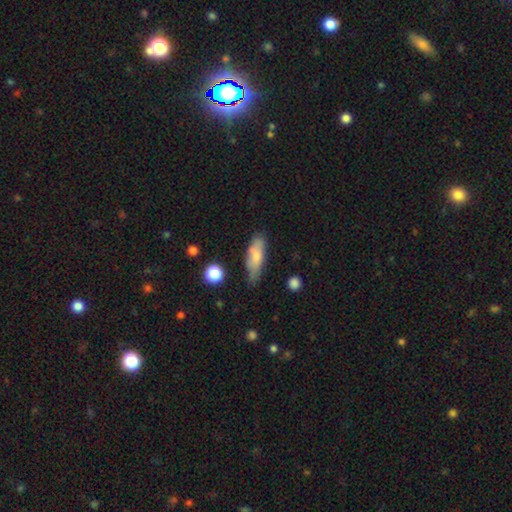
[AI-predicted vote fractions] Overall: smooth (71%). How rounded: in between (58%; cigar-shaped 40%). Merging: none (57%; minor disturbance 29%).